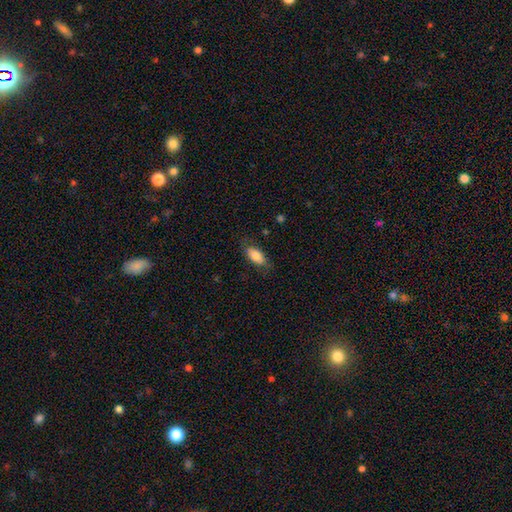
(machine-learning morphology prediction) A smooth galaxy with no disk features (80%) that is in between round and cigar-shaped (89%). Merging: none (76%).